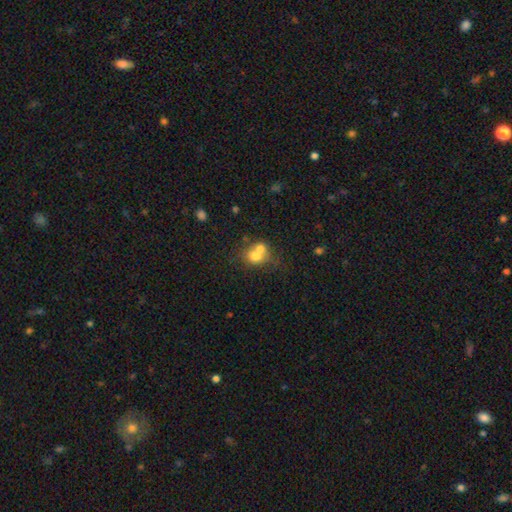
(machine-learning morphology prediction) This is likely a smooth galaxy (68%). How rounded: likely round (66%). Merging: likely merger (62%).